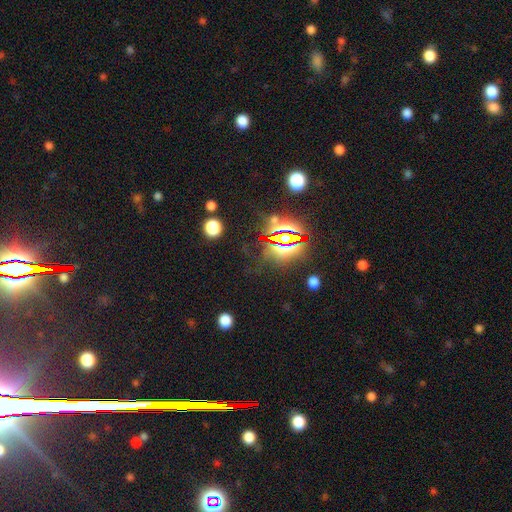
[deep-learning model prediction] The model was most divided on "smooth or featured": star or artifact: 84%, smooth: 9%, featured or disk: 7%.